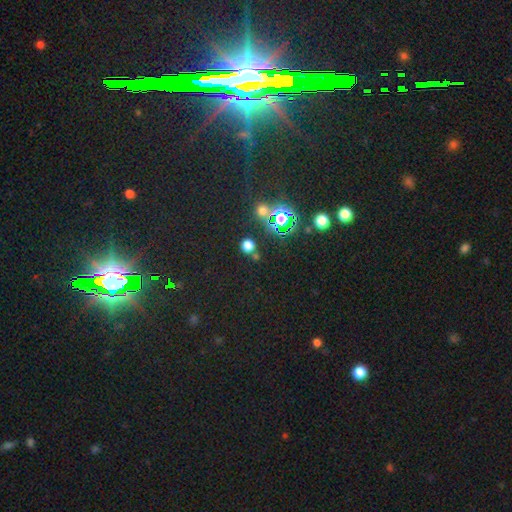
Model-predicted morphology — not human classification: Q: Smooth or featured?
A: star or artifact (66%); runner-up: smooth (26%)